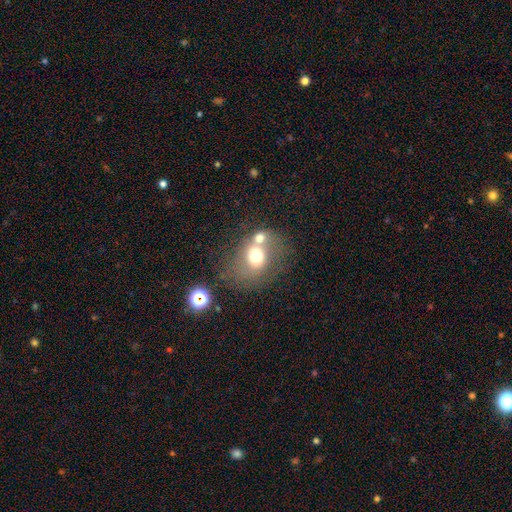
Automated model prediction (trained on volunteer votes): A smooth galaxy with no disk features (60%) that is round (57%). Merging: merger (41%).